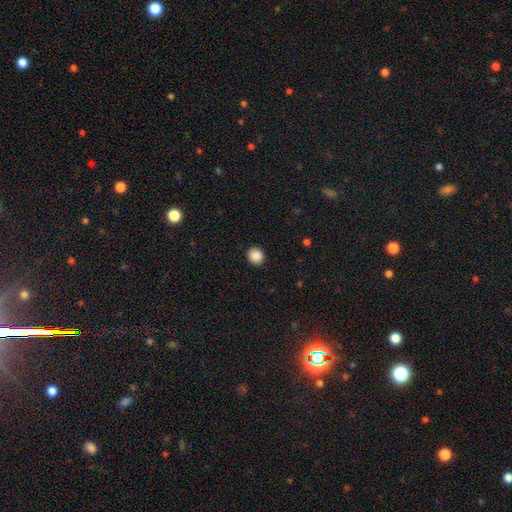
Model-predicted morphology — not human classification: Q: Smooth or featured?
A: smooth (88%); runner-up: star or artifact (9%)
Q: How rounded?
A: round (80%); runner-up: in between (19%)
Q: Merging?
A: none (92%); runner-up: minor disturbance (5%)